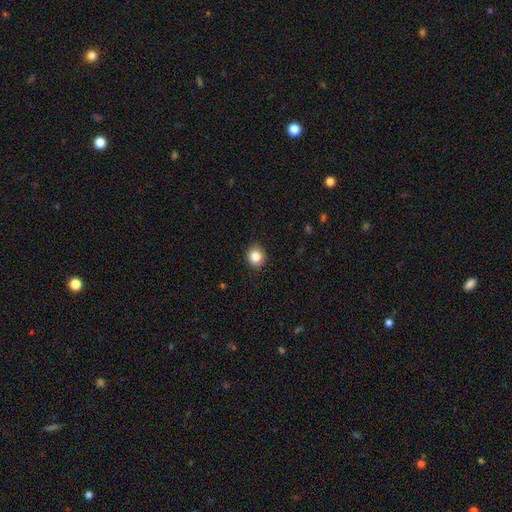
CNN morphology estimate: This is clearly a smooth galaxy (86%). How rounded: likely round (77%). Merging: clearly none (90%).